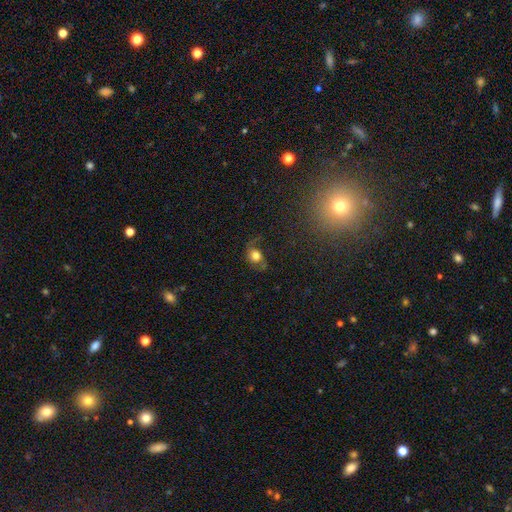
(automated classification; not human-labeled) Overall: smooth (52%; featured or disk 36%). How rounded: in between (51%; round 47%). Merging: none (48%; major disturbance 25%).